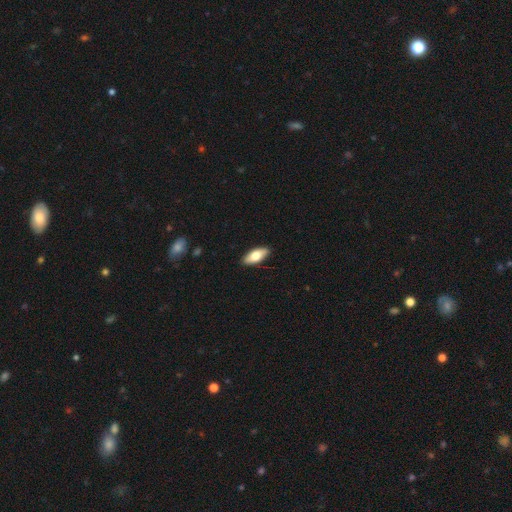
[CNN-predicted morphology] Smooth or featured? smooth (74%)
How rounded? in between (83%)
Merging? none (88%)